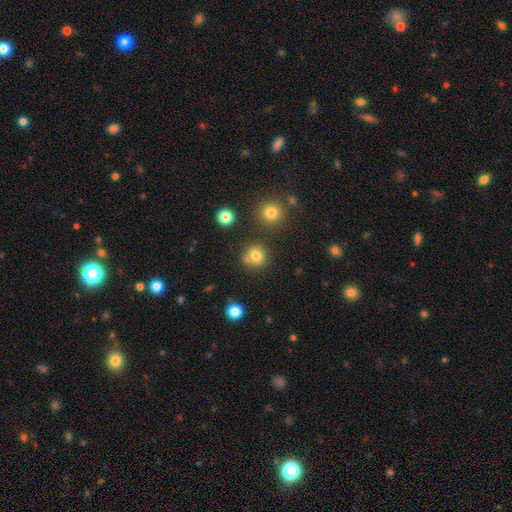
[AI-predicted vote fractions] Overall: smooth (78%). How rounded: round (87%). Merging: none (73%).